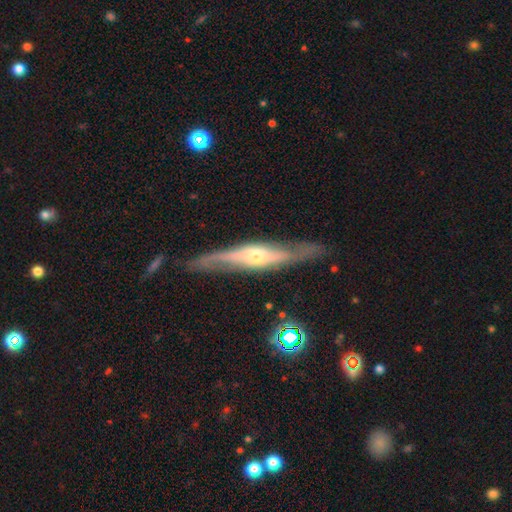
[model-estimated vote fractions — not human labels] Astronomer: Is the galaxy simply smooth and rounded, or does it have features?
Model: featured or disk — 76%.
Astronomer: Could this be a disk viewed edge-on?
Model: yes — 74%.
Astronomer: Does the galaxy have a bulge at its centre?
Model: rounded — 76%.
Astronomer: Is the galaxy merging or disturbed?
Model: none — 80%.